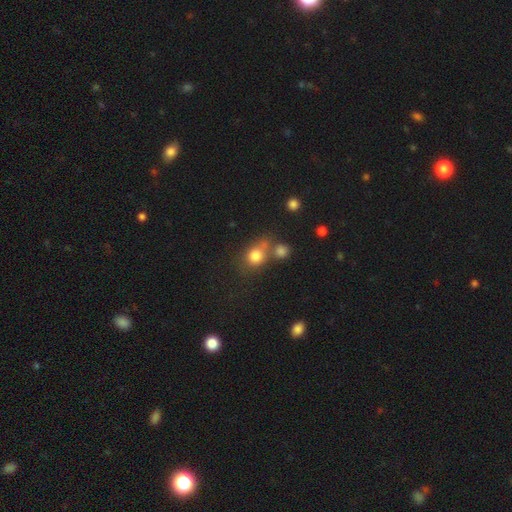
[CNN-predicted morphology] Overall: smooth (79%). How rounded: round (71%). Merging: none (48%; merger 32%).